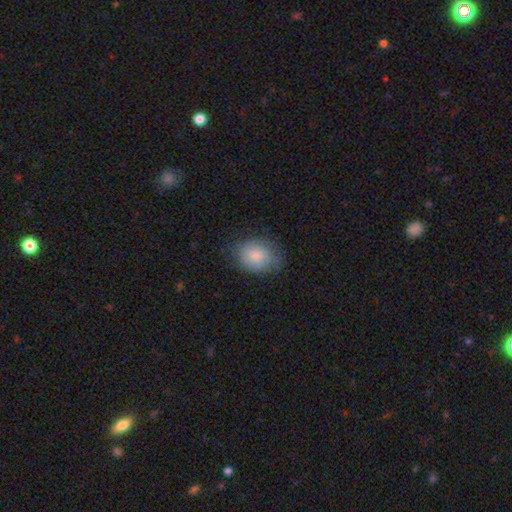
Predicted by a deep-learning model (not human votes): smooth_or_featured: smooth (p=0.82) [alt: featured or disk p=0.11]
how_rounded: in between (p=0.60) [alt: round p=0.39]
merging: none (p=0.70) [alt: minor disturbance p=0.22]